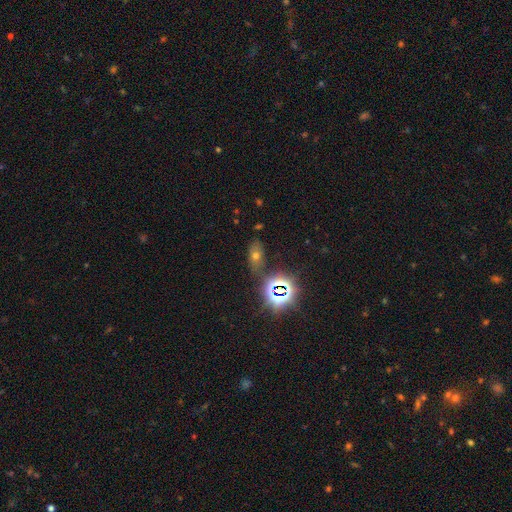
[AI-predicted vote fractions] Q: Smooth or featured?
A: smooth (52%); runner-up: star or artifact (34%)
Q: How rounded?
A: in between (83%); runner-up: round (12%)
Q: Merging?
A: none (74%); runner-up: minor disturbance (15%)